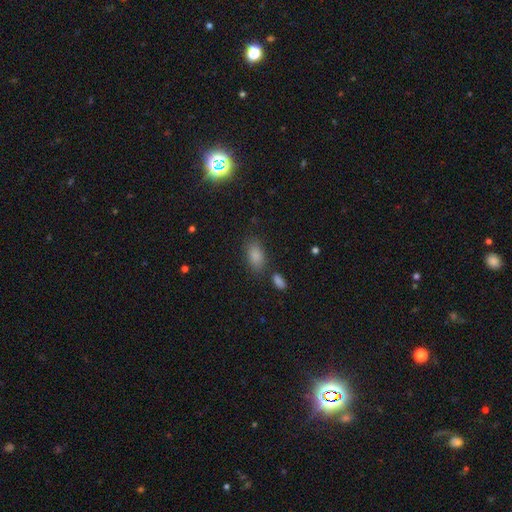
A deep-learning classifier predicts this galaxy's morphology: Smooth or featured? smooth (84%)
How rounded? in between (90%)
Merging? none (75%)